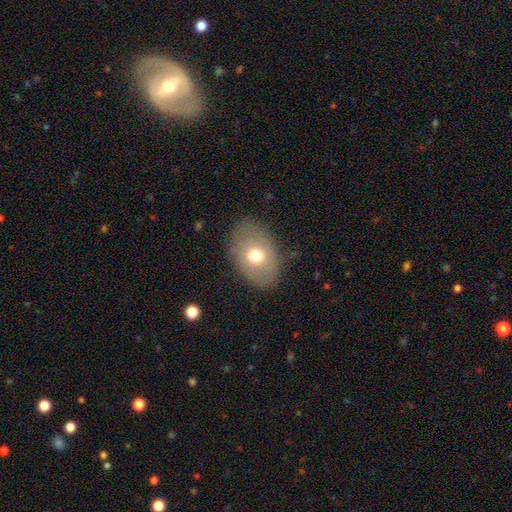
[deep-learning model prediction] A smooth galaxy with no disk features (67%) that is in between round and cigar-shaped (81%). Merging: none (81%).